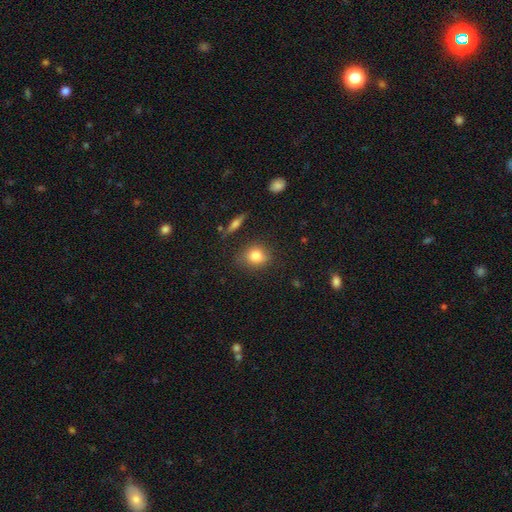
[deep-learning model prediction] Smooth or featured: smooth — 81% (star or artifact — 10%)
How rounded: round — 61% (in between — 36%)
Merging: none — 77% (minor disturbance — 16%)